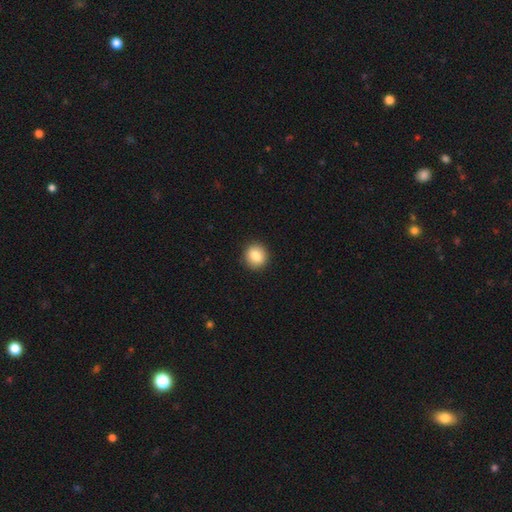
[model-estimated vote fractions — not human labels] Smooth or featured?
  - smooth: 84% *
  - star or artifact: 9%
  - featured or disk: 8%
How rounded?
  - round: 83% *
  - in between: 16%
  - cigar-shaped: 1%
Merging?
  - none: 91% *
  - minor disturbance: 6%
  - major disturbance: 2%
  - merger: 1%